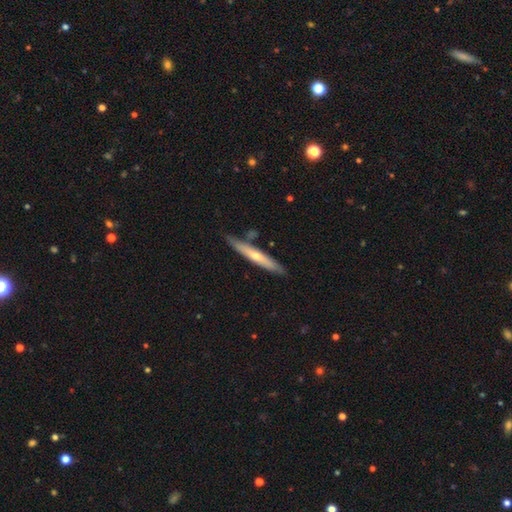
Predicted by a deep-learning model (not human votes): A featured or disk galaxy (62%) viewed edge-on (92%) with a rounded central bulge (73%). Merging: none (83%).